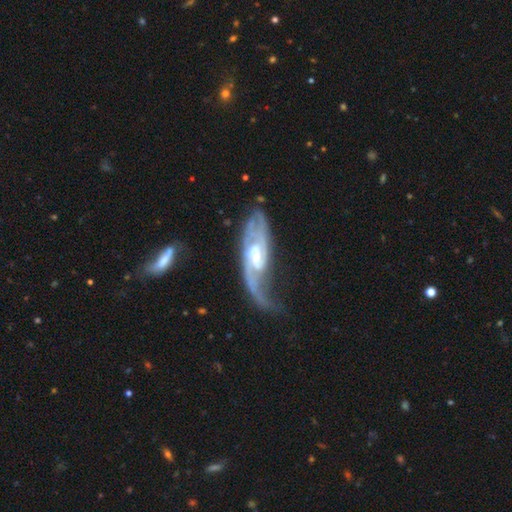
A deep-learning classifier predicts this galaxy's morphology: Smooth or featured? Predicted: featured or disk (p=0.87). Edge-on disk? Predicted: no (p=0.90). Bar? Predicted: weak (p=0.45). Spiral arms? Predicted: yes (p=0.95). Spiral winding? Predicted: medium (p=0.43). Spiral arm count? Predicted: 2 (p=0.54). Bulge size? Predicted: small (p=0.54). Merging? Predicted: none (p=0.42).